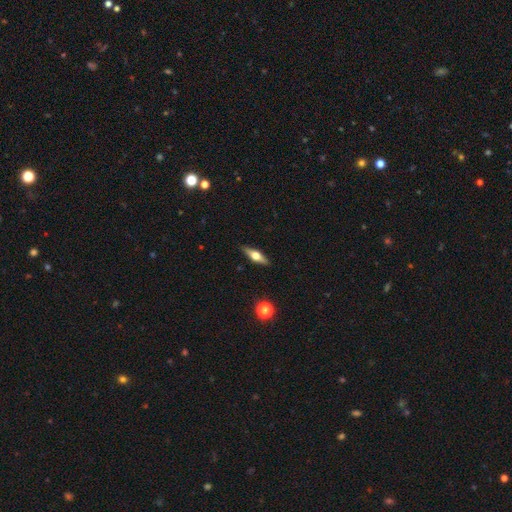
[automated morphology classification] Smooth or featured: featured or disk — 55% (smooth — 38%)
Edge-on disk: yes — 92% (no — 8%)
Edge-on bulge: rounded — 95% (boxy — 3%)
Merging: none — 90% (minor disturbance — 8%)